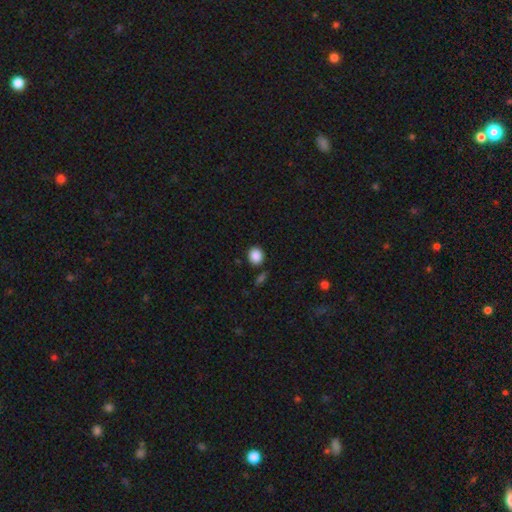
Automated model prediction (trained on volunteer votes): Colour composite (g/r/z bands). It shows a smooth galaxy with no disk features (88%) that is round (79%). Merging: none (84%).